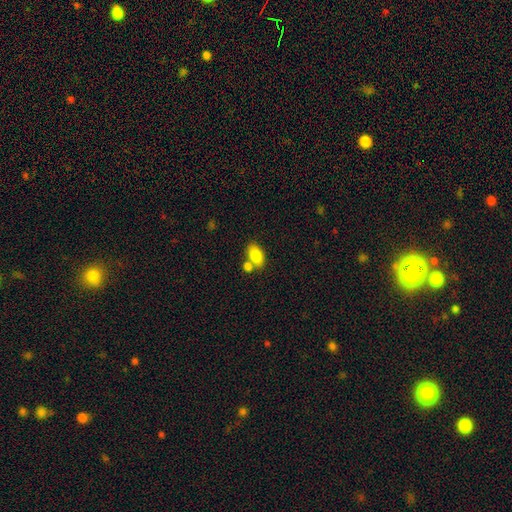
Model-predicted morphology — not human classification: A smooth galaxy with no disk features (83%) that is in between round and cigar-shaped (90%). Merging: none (59%).